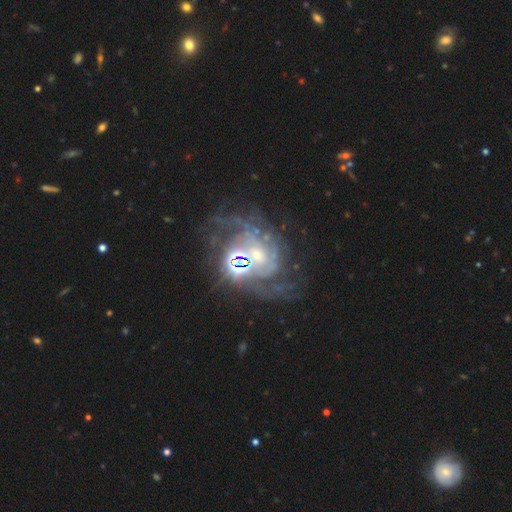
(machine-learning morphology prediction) Smooth or featured: featured or disk — 78% (star or artifact — 14%)
Edge-on disk: no — 97% (yes — 3%)
Bar: no — 60% (weak — 28%)
Spiral arms: yes — 92% (no — 8%)
Spiral winding: tight — 45% (medium — 39%)
Spiral arm count: can't tell — 30% (2 — 26%)
Bulge size: small — 46% (moderate — 37%)
Merging: none — 51% (major disturbance — 23%)